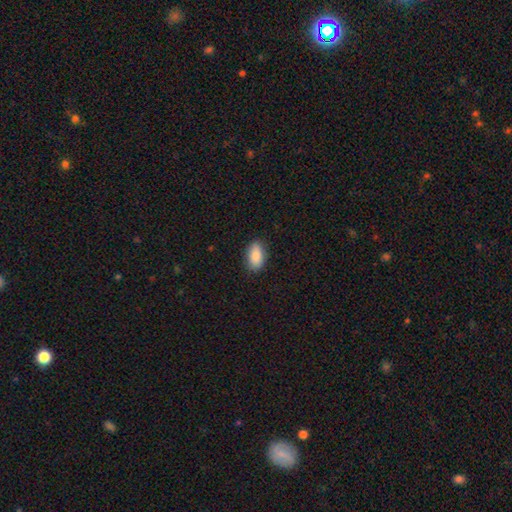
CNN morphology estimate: A smooth galaxy with no disk features (86%) that is in between round and cigar-shaped (92%).

Vote fractions:
- Smooth or featured? smooth: 86% / featured or disk: 7% / star or artifact: 7%
- How rounded? in between: 92% / round: 5% / cigar-shaped: 3%
- Merging? none: 86% / minor disturbance: 11% / major disturbance: 2% / merger: 1%